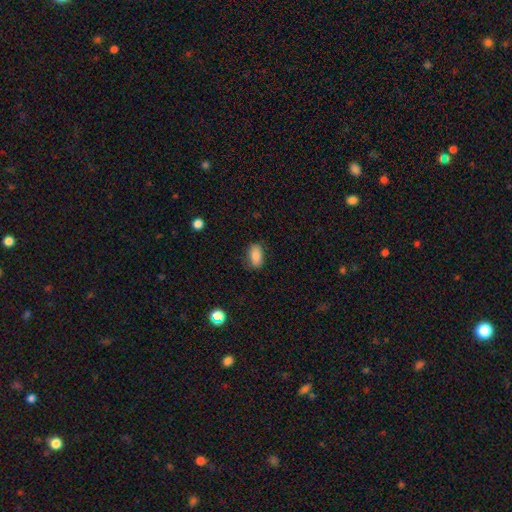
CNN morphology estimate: This is clearly a smooth galaxy (85%). How rounded: clearly in between (91%). Merging: clearly none (83%).